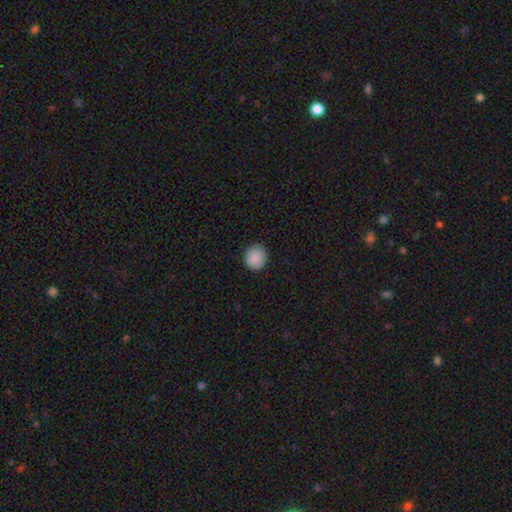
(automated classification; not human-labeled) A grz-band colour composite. It shows a smooth galaxy with no disk features (89%) that is round (83%). Merging: none (88%).